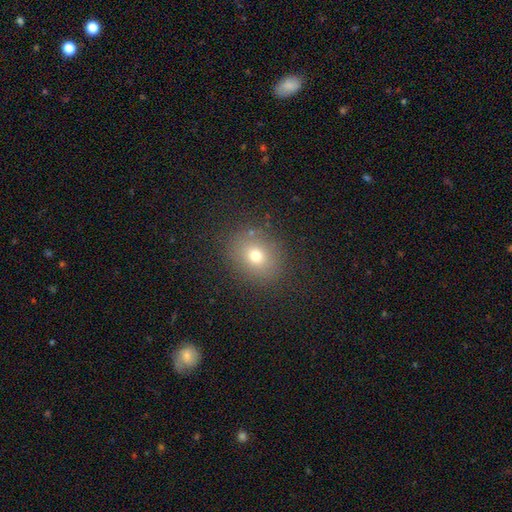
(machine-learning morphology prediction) smooth 72%, star or artifact 16%, featured or disk 12%. Down the decision tree: how rounded — round (60%); merging — none (84%).